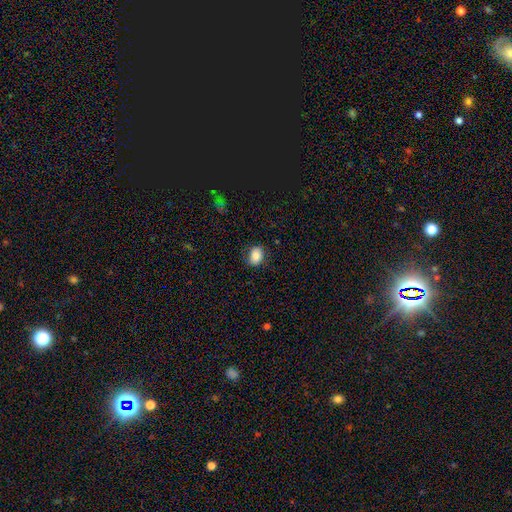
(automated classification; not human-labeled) The model was most divided on "how rounded": in between: 66%, round: 33%, cigar-shaped: 1%. More confident: smooth or featured — smooth (84%); merging — none (80%).